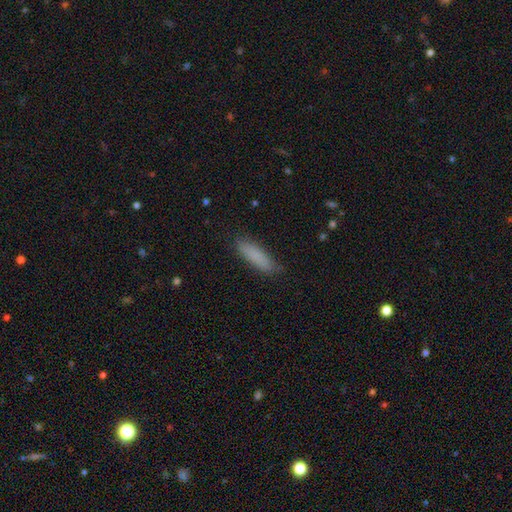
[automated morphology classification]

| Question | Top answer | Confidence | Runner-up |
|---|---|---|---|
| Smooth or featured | smooth | 86% | featured or disk (7%) |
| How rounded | cigar-shaped | 65% | in between (33%) |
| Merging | none | 84% | minor disturbance (12%) |